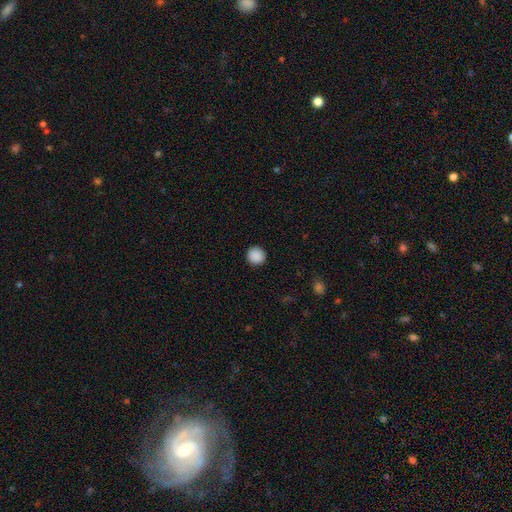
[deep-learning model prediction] A smooth galaxy with no disk features (89%) that is round (95%). Merging: none (93%).